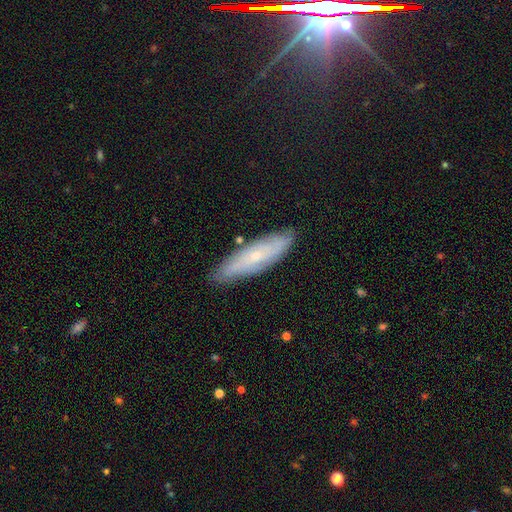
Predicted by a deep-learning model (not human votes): This is possibly a featured or disk galaxy (57%). It is likely not viewed edge-on (66%). Merging: clearly none (82%).